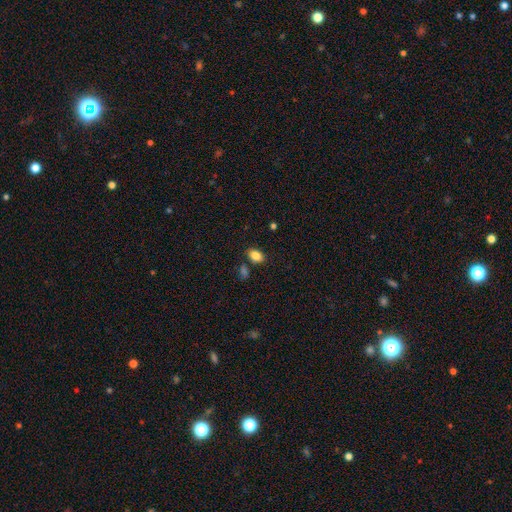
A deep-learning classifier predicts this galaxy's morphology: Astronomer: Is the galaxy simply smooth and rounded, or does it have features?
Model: smooth — 85%.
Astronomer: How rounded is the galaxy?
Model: in between — 82%.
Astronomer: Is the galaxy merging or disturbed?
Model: none — 77%.